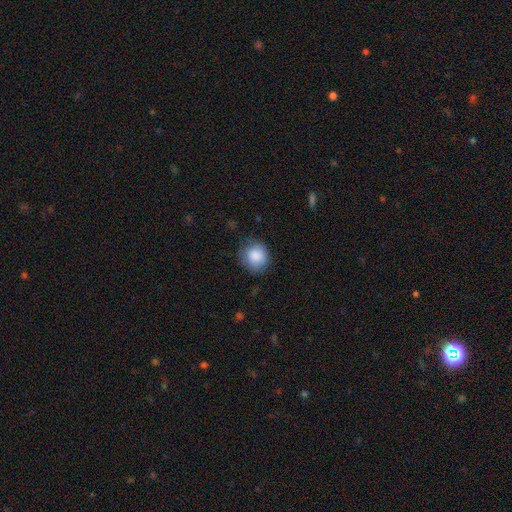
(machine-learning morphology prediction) smooth 88%, star or artifact 7%, featured or disk 5%. Down the decision tree: how rounded — round (86%); merging — none (75%).